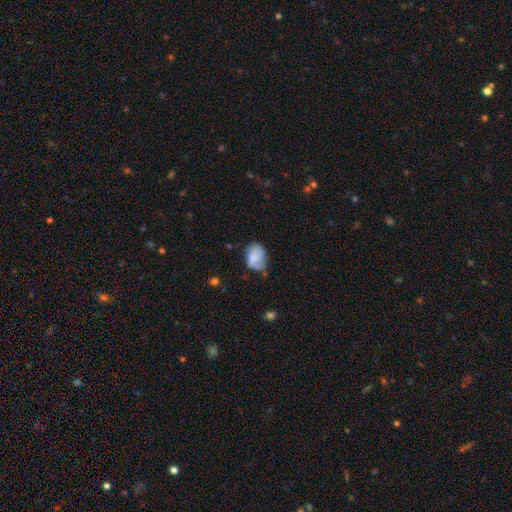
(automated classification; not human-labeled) The model was most divided on "merging" (2-way tie): none: 42%, minor disturbance: 42%, major disturbance: 12%, merger: 4%. More confident: how rounded — in between (75%); smooth or featured — smooth (74%).